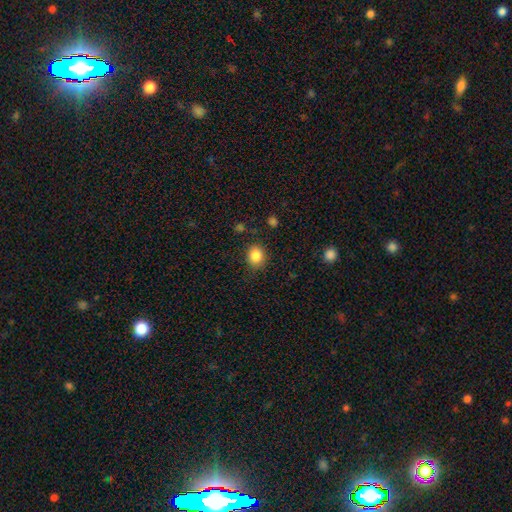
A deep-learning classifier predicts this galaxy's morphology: Smooth or featured?
  - smooth: 86% *
  - star or artifact: 10%
  - featured or disk: 5%
How rounded?
  - round: 66% *
  - in between: 33%
  - cigar-shaped: 1%
Merging?
  - none: 83% *
  - minor disturbance: 11%
  - major disturbance: 4%
  - merger: 2%